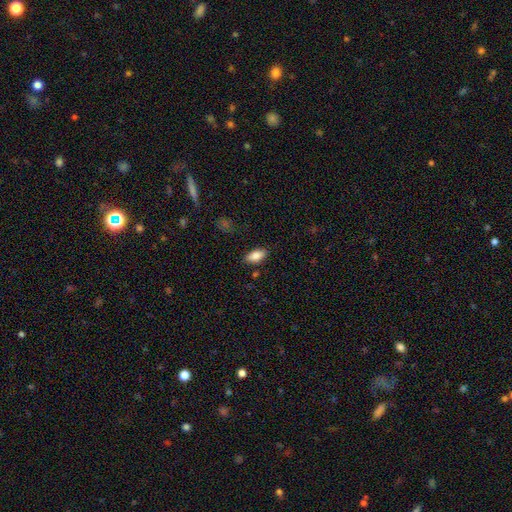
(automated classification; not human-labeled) A smooth galaxy with no disk features (84%) that is in between round and cigar-shaped (89%). Merging: none (85%).